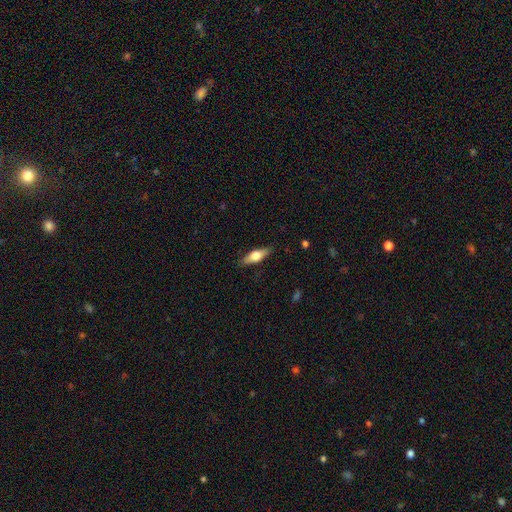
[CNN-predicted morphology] type=smooth (47%); merging=none (86%).